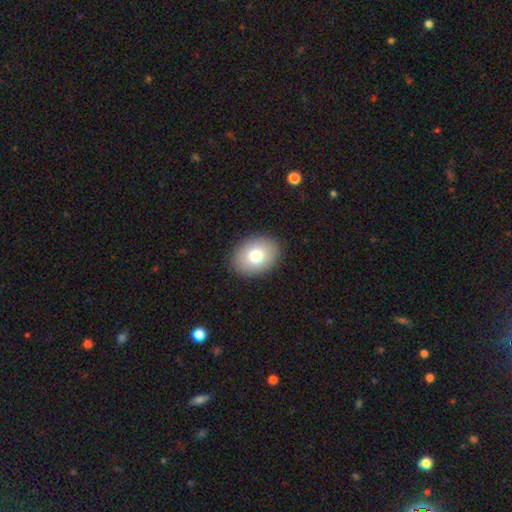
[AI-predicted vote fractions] Smooth or featured?
  - smooth: 78% *
  - featured or disk: 14%
  - star or artifact: 9%
How rounded?
  - in between: 67% *
  - round: 32%
  - cigar-shaped: 1%
Merging?
  - none: 90% *
  - minor disturbance: 7%
  - major disturbance: 2%
  - merger: 1%